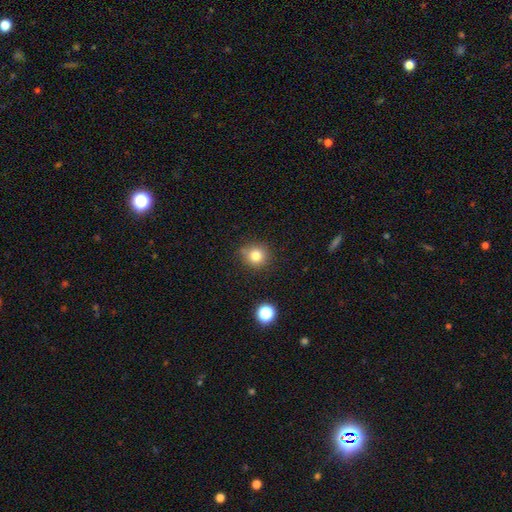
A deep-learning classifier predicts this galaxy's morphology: This appears to be a smooth galaxy with no disk features (80%) that is round (88%). Merging: none (79%).